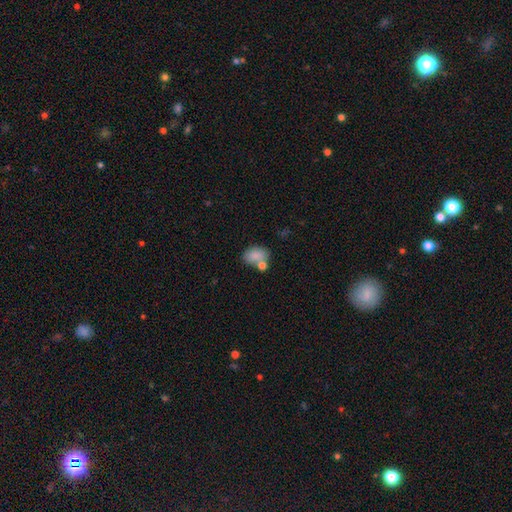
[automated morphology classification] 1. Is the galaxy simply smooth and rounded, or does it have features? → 84% smooth, 9% star or artifact, 8% featured or disk.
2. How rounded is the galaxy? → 81% in between, 18% round, 1% cigar-shaped.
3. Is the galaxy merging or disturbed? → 55% none, 25% merger, 15% minor disturbance, 5% major disturbance.